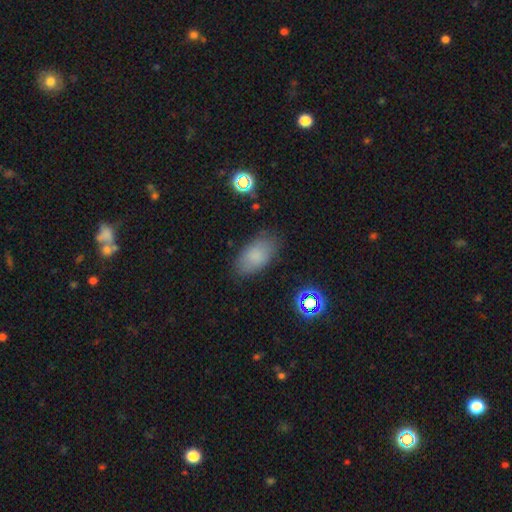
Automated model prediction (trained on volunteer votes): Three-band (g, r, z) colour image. It shows a smooth galaxy with no disk features (80%) that is in between round and cigar-shaped (93%). Merging: none (79%).